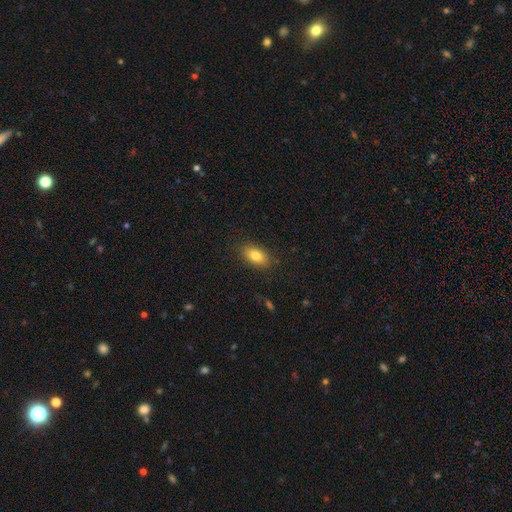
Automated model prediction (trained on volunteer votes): Overall: smooth (82%). How rounded: in between (89%). Merging: none (87%).